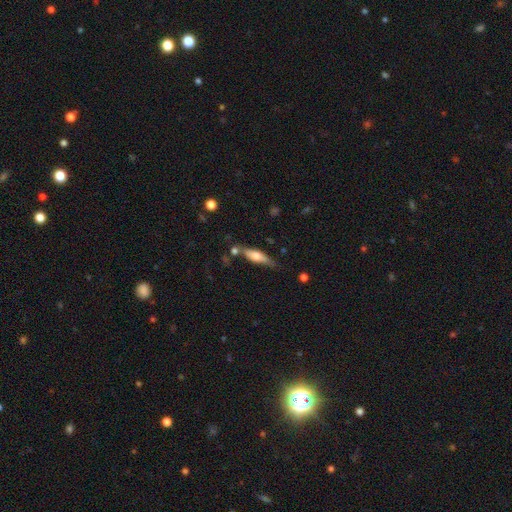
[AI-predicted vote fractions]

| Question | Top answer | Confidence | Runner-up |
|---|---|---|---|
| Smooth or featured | smooth | 50% | featured or disk (44%) |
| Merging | none | 63% | minor disturbance (21%) |